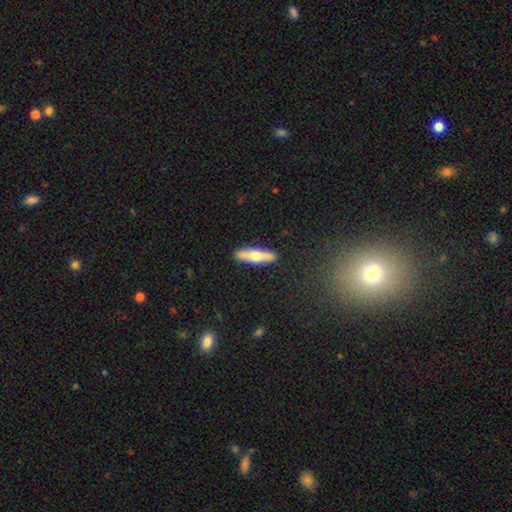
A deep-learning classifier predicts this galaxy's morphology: This appears to be a smooth galaxy with no disk features (60%) that is cigar-shaped (66%). Merging: none (90%).